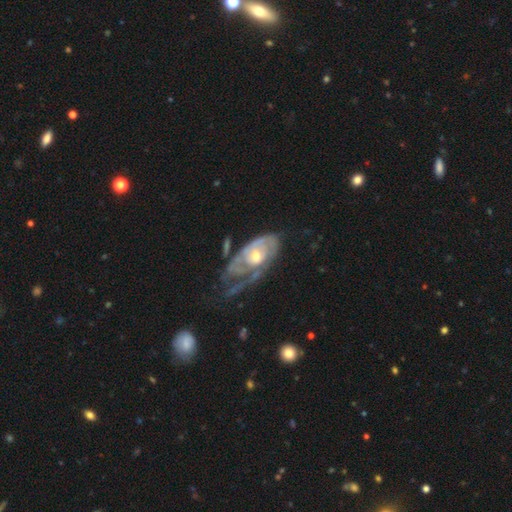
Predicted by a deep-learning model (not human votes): Smooth or featured: featured or disk — 78% (smooth — 16%)
Edge-on disk: no — 94% (yes — 6%)
Bar: no — 72% (weak — 23%)
Spiral arms: yes — 80% (no — 20%)
Spiral winding: tight — 60% (medium — 27%)
Spiral arm count: can't tell — 44% (2 — 26%)
Bulge size: moderate — 63% (small — 28%)
Merging: major disturbance — 43% (none — 26%)